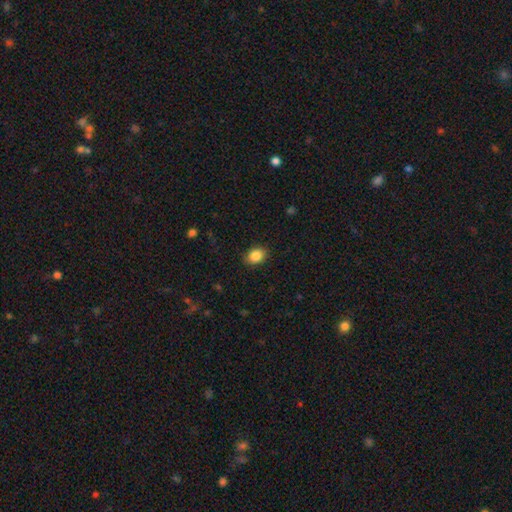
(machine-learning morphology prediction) Q: Smooth or featured?
A: smooth (87%); runner-up: star or artifact (8%)
Q: How rounded?
A: in between (63%); runner-up: round (36%)
Q: Merging?
A: none (87%); runner-up: minor disturbance (10%)